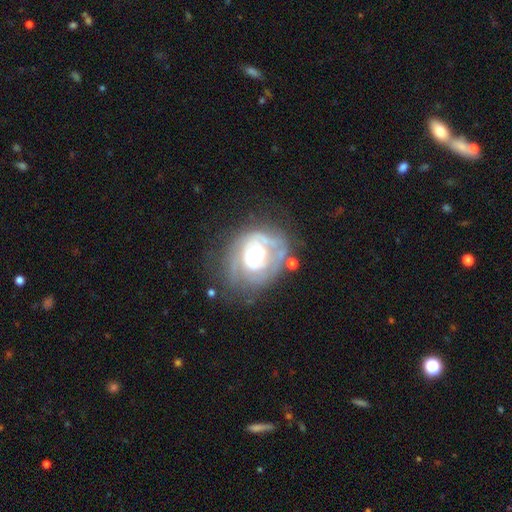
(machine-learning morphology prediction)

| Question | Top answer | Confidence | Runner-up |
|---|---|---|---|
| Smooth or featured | featured or disk | 72% | smooth (21%) |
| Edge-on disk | no | 97% | yes (3%) |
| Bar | no | 77% | weak (17%) |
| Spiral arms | yes | 63% | no (37%) |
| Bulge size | moderate | 61% | large (22%) |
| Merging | none | 50% | minor disturbance (24%) |